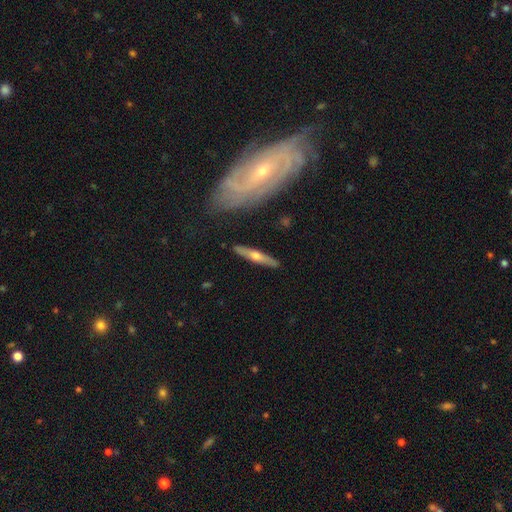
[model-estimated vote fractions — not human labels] Morphology: type=featured or disk (61%); edge-on=yes (89%); edge-on bulge=rounded (90%); merging=none (86%).